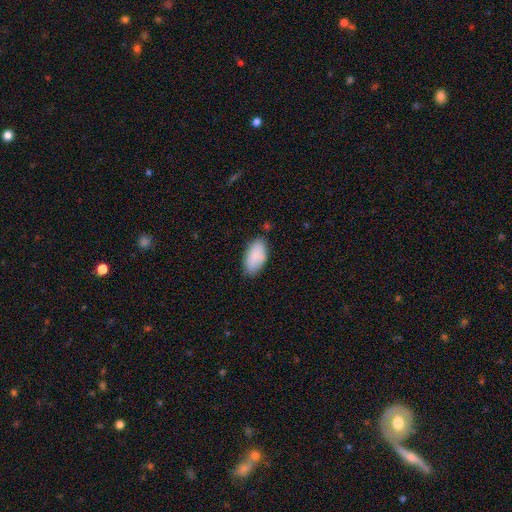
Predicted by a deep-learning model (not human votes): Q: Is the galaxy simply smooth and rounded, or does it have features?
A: smooth — 86%.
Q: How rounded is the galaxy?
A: in between — 94%.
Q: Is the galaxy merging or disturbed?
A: none — 77%.